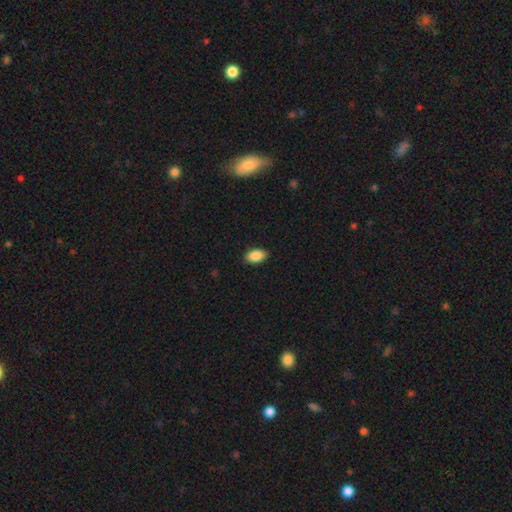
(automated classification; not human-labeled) Morphology: type=smooth (89%); roundness=in between (93%); merging=none (89%).